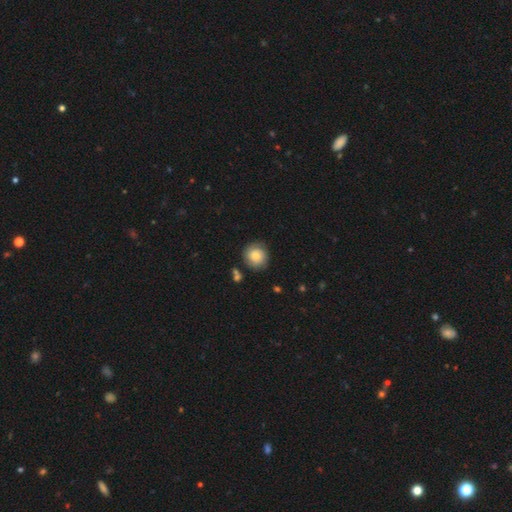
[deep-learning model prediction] smooth_or_featured: smooth (p=0.69) [alt: featured or disk p=0.23]
how_rounded: round (p=0.89) [alt: in between p=0.10]
merging: none (p=0.76) [alt: minor disturbance p=0.16]